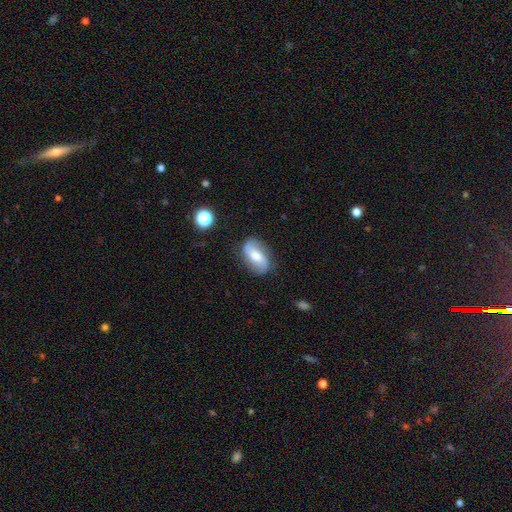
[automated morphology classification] A featured or disk galaxy (59%) with a weak bar (42%), spiral arms (87%) and a moderate central bulge (63%).

Vote fractions:
- Smooth or featured? featured or disk: 59% / smooth: 33% / star or artifact: 8%
- Edge-on disk? no: 94% / yes: 6%
- Bar? weak: 42% / no: 36% / strong: 22%
- Spiral arms? yes: 87% / no: 13%
- Bulge size? moderate: 63% / small: 21% / large: 12% / none: 2% / dominant: 2%
- Merging? none: 79% / minor disturbance: 15% / major disturbance: 5% / merger: 2%